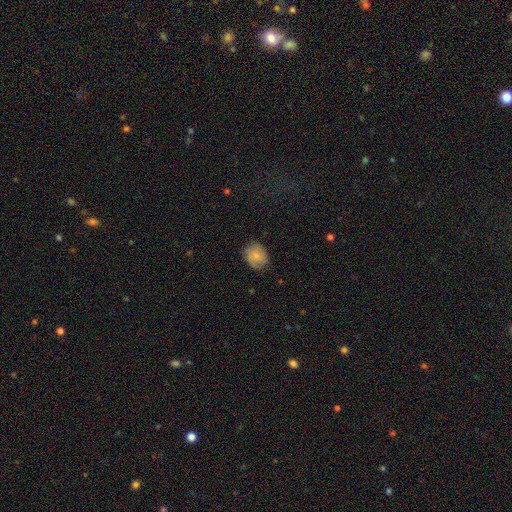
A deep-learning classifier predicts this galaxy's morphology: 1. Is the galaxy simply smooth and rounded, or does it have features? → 71% smooth, 21% featured or disk, 8% star or artifact.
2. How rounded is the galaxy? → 50% round, 48% in between, 1% cigar-shaped.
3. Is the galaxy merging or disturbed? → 73% none, 21% minor disturbance, 5% major disturbance, 1% merger.